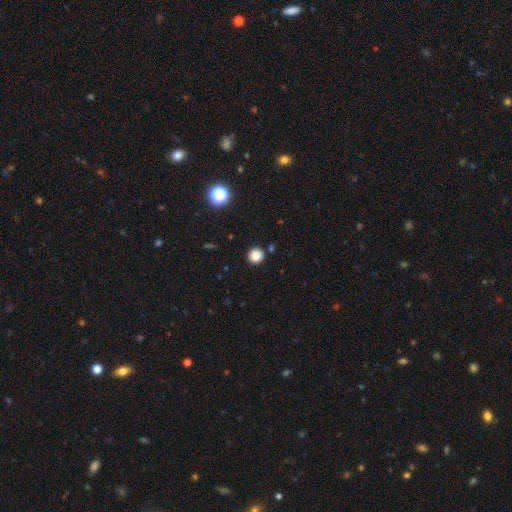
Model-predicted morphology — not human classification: Smooth or featured: smooth — 84% (star or artifact — 12%)
How rounded: round — 93% (in between — 6%)
Merging: none — 90% (minor disturbance — 6%)